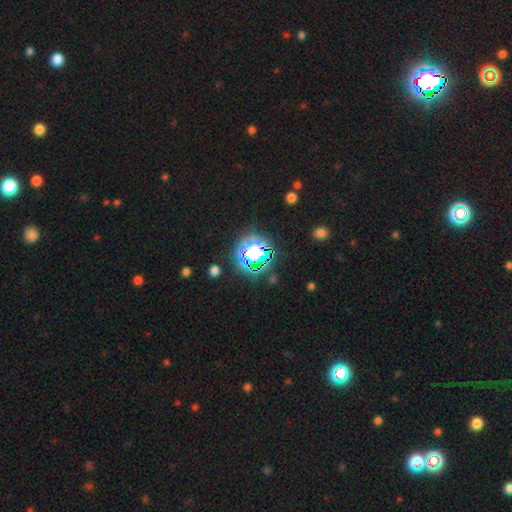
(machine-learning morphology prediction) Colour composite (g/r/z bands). It shows a star or artifact, not a galaxy (66%).